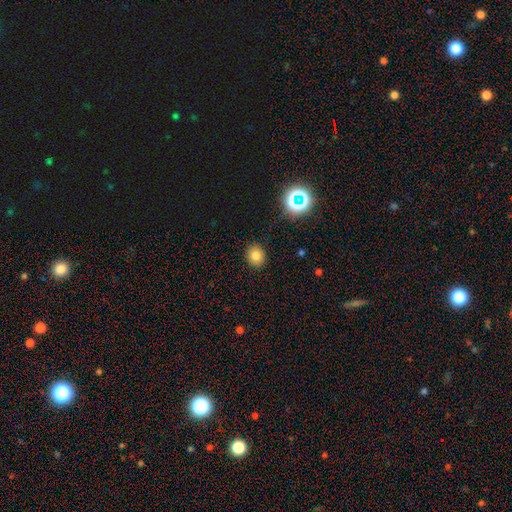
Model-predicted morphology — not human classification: A smooth galaxy with no disk features (78%) that is round (79%). Merging: none (90%).